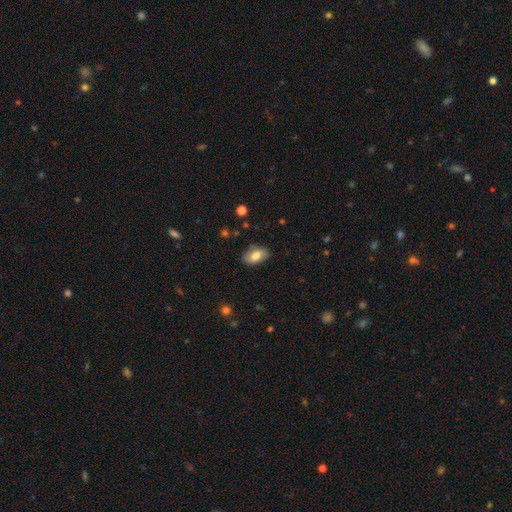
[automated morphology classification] Overall: smooth (74%). How rounded: in between (91%). Merging: none (79%).